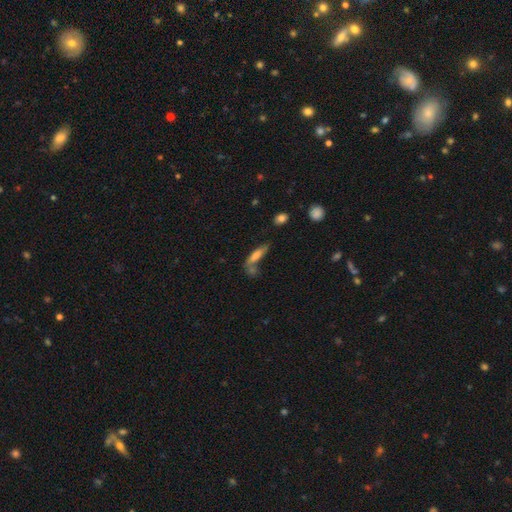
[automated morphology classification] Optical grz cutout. It shows a smooth galaxy with no disk features (66%) that is cigar-shaped (63%). Merging: none (41%).